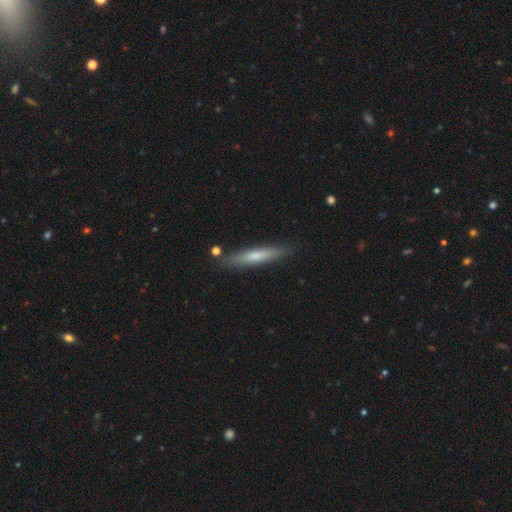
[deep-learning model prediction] smooth-or-featured: smooth: 59% | featured or disk: 35% | star or artifact: 6%
  how-rounded: cigar-shaped: 91% | in between: 7% | round: 1%
  merging: none: 86% | minor disturbance: 9% | merger: 2% | major disturbance: 2%